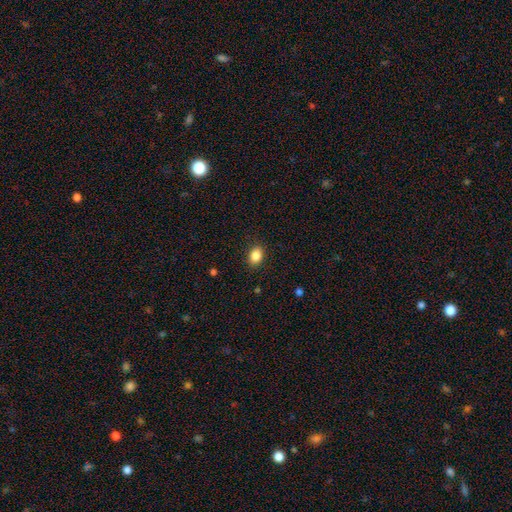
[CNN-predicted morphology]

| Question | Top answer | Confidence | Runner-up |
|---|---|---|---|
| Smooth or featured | smooth | 87% | star or artifact (9%) |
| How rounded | in between | 75% | round (24%) |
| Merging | none | 88% | minor disturbance (8%) |